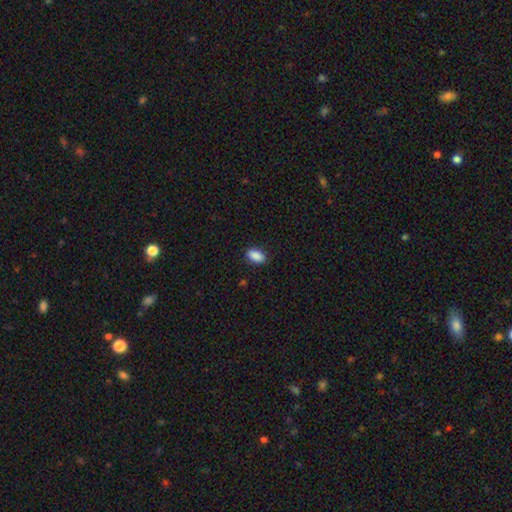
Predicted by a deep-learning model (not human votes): Overall: smooth (89%). How rounded: in between (91%). Merging: none (87%).